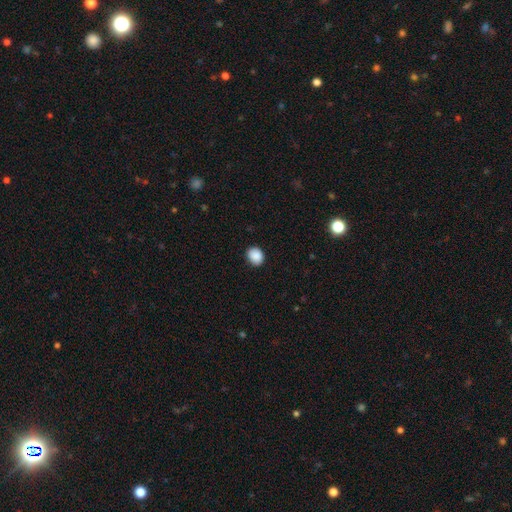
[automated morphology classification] smooth 89%, star or artifact 8%, featured or disk 3%. Down the decision tree: how rounded — round (56%); merging — none (87%).